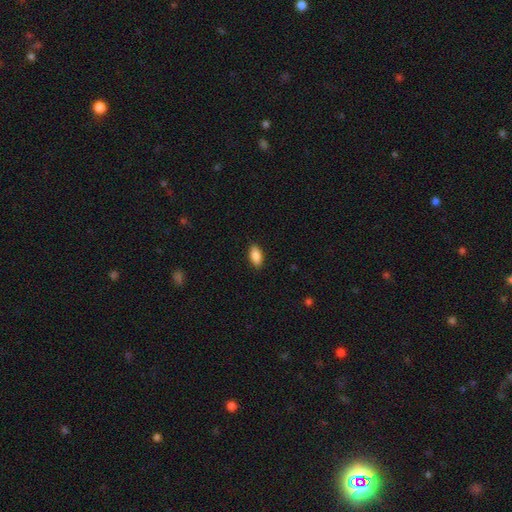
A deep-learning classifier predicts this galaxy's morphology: Smooth or featured: smooth — 89% (star or artifact — 7%)
How rounded: in between — 91% (cigar-shaped — 7%)
Merging: none — 89% (minor disturbance — 8%)